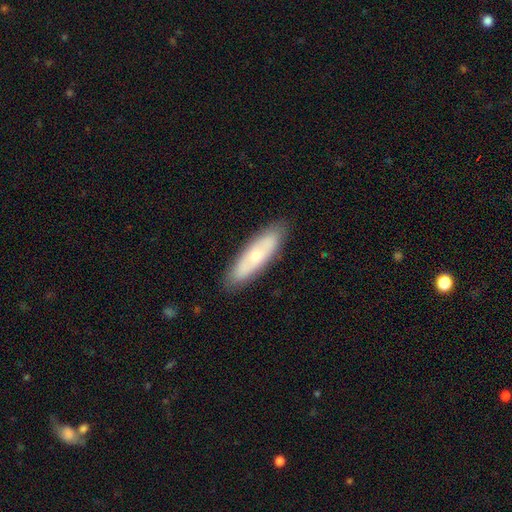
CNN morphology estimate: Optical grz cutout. It shows a smooth galaxy with no disk features (51%) that is cigar-shaped (55%). Merging: none (87%).